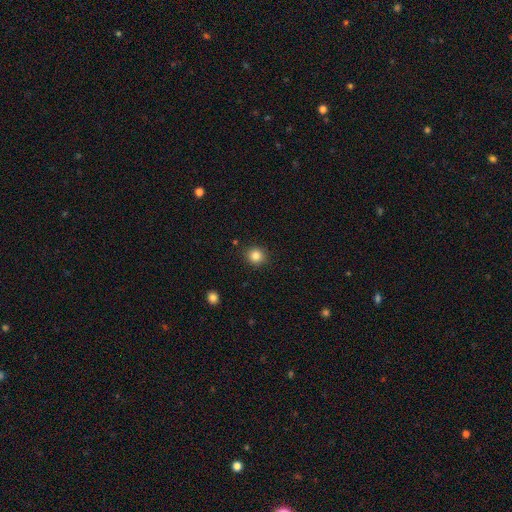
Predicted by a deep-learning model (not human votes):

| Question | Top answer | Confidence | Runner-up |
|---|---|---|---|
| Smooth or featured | smooth | 84% | star or artifact (11%) |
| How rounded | round | 90% | in between (9%) |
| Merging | none | 90% | minor disturbance (7%) |